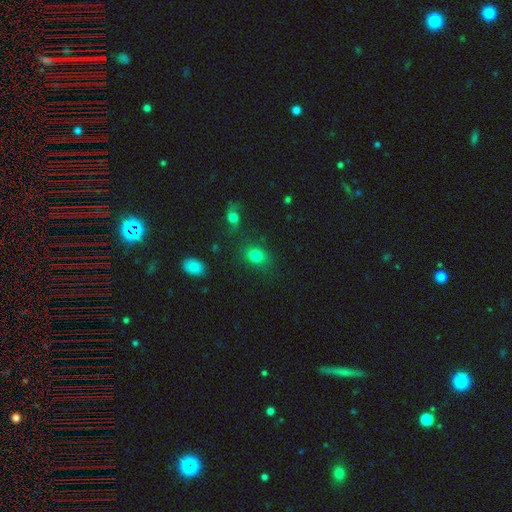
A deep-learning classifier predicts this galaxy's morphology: A smooth galaxy with no disk features (80%) that is in between round and cigar-shaped (57%). Merging: none (77%).